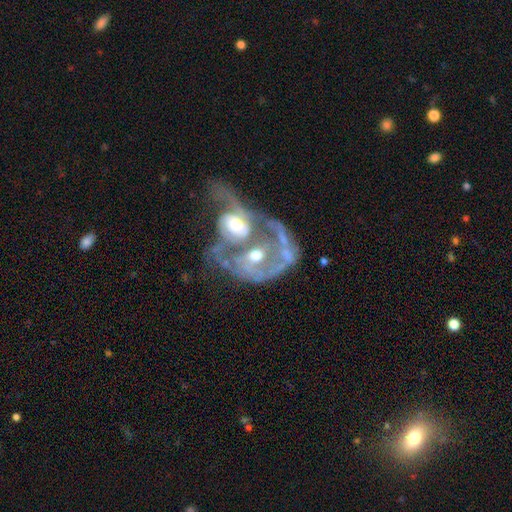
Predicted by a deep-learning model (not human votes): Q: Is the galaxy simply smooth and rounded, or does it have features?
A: featured or disk — 77%.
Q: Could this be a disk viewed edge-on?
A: no — 96%.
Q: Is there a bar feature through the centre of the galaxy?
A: no — 69%.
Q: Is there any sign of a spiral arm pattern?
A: yes — 63%.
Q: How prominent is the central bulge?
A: moderate — 63%.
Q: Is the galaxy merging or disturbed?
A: merger — 74%.